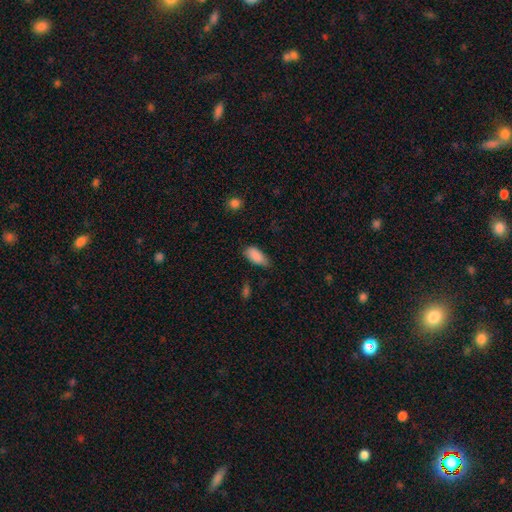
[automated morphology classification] smooth-or-featured: smooth: 88% | star or artifact: 7% | featured or disk: 5%
  how-rounded: in between: 90% | cigar-shaped: 8% | round: 2%
  merging: none: 67% | minor disturbance: 27% | major disturbance: 5% | merger: 2%